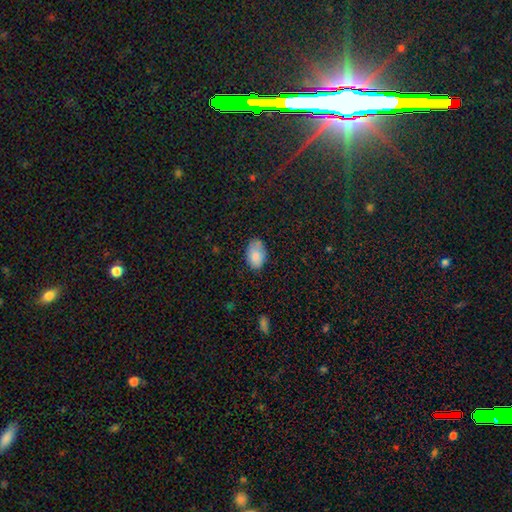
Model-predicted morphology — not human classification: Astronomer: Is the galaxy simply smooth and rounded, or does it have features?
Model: smooth — 84%.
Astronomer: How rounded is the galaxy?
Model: in between — 89%.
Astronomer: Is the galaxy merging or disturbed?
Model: none — 73%.